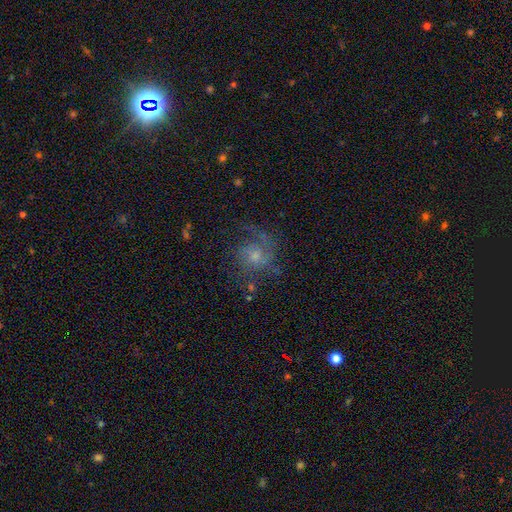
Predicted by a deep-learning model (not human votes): A featured or disk galaxy (67%) with no bar (71%), 1 (37%) medium (44%) spiral arms (88%) and a small central bulge (47%). Merging: none (58%).